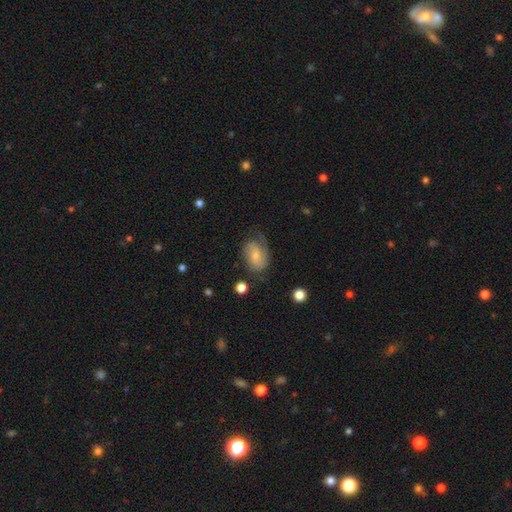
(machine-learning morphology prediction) type=smooth (51%); roundness=in between (80%); merging=none (52%).